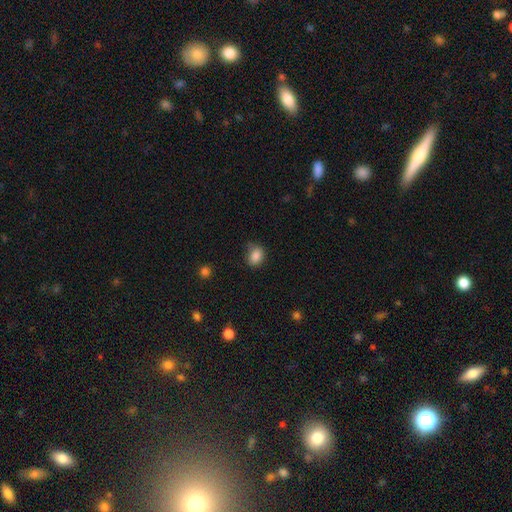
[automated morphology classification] Smooth or featured: smooth — 86% (star or artifact — 10%)
How rounded: in between — 61% (round — 38%)
Merging: none — 67% (minor disturbance — 25%)